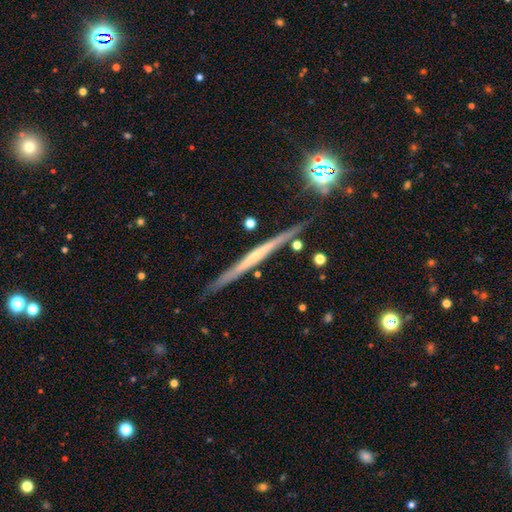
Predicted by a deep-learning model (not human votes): smooth-or-featured: featured or disk: 72% | smooth: 19% | star or artifact: 9%
  disk-edge-on: yes: 97% | no: 3%
    edge-on-bulge: none: 55% | rounded: 39% | boxy: 6%
  merging: none: 85% | minor disturbance: 10% | merger: 3% | major disturbance: 2%